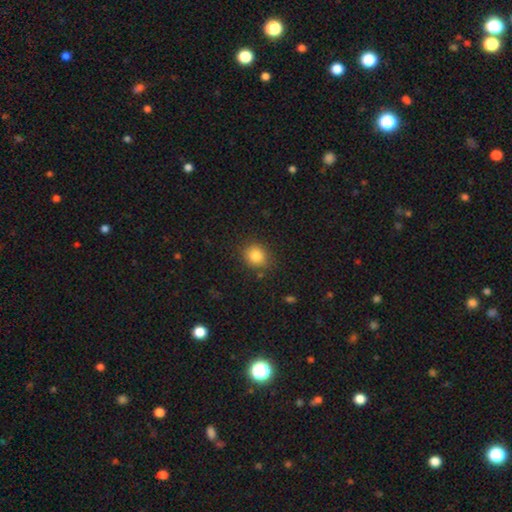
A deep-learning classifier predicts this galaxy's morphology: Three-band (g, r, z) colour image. It shows a smooth galaxy with no disk features (83%) that is round (77%). Merging: none (85%).